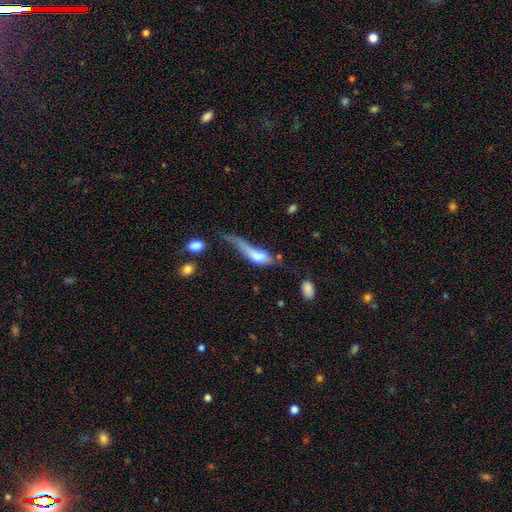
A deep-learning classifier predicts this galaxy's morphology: This is possibly a smooth galaxy (55%). How rounded: possibly in between (49%). Merging: possibly major disturbance (49%).